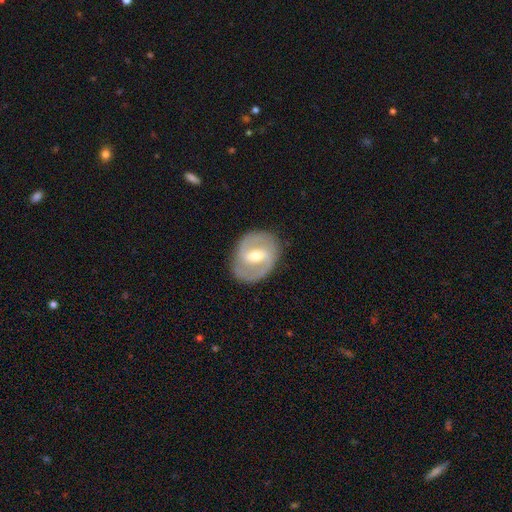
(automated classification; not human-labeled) Smooth or featured? featured or disk (81%)
Edge-on disk? no (97%)
Bar? weak (46%)
Spiral arms? yes (85%)
Spiral winding? medium (50%)
Spiral arm count? 2 (88%)
Bulge size? moderate (67%)
Merging? none (84%)